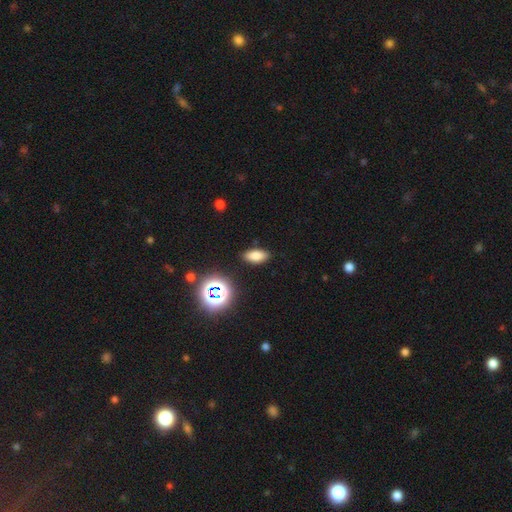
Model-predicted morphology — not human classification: Q: Smooth or featured?
A: smooth (76%); runner-up: star or artifact (16%)
Q: How rounded?
A: in between (85%); runner-up: cigar-shaped (10%)
Q: Merging?
A: none (88%); runner-up: minor disturbance (9%)